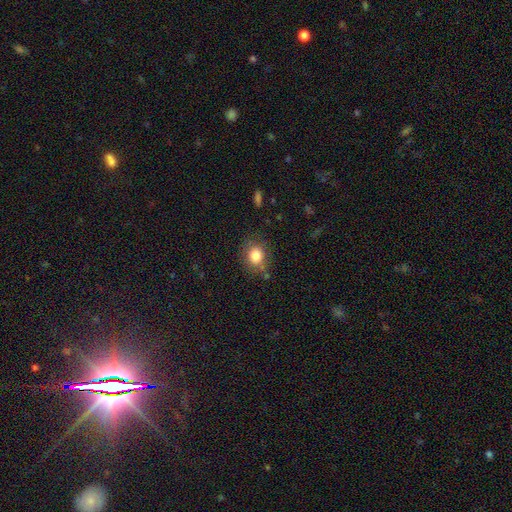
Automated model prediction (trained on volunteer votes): Smooth or featured: smooth — 82% (star or artifact — 10%)
How rounded: round — 70% (in between — 29%)
Merging: none — 76% (minor disturbance — 15%)